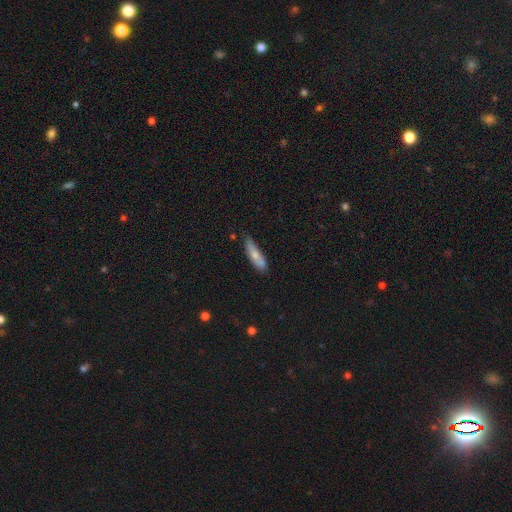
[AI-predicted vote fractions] Smooth or featured: smooth — 69% (featured or disk — 25%)
How rounded: cigar-shaped — 66% (in between — 32%)
Merging: none — 59% (minor disturbance — 25%)